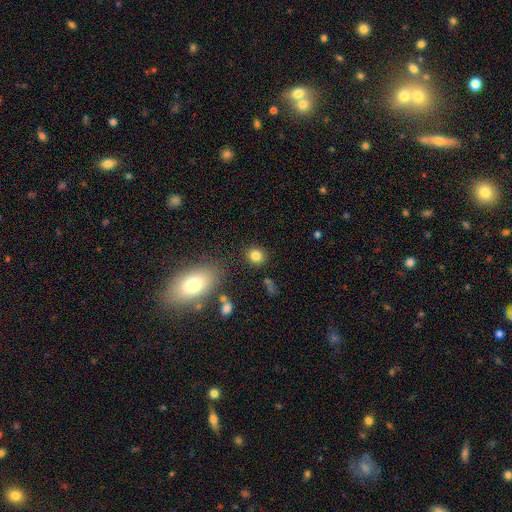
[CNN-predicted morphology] smooth 82%, star or artifact 11%, featured or disk 7%. Down the decision tree: how rounded — round (78%); merging — none (85%).